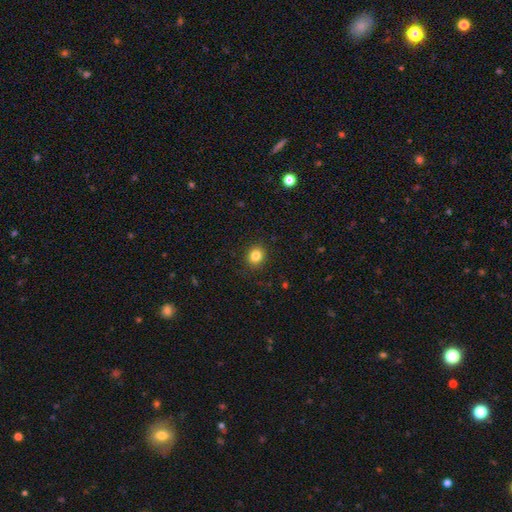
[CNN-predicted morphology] Smooth or featured?
  - smooth: 83% *
  - star or artifact: 11%
  - featured or disk: 5%
How rounded?
  - round: 80% *
  - in between: 20%
  - cigar-shaped: 1%
Merging?
  - none: 90% *
  - minor disturbance: 7%
  - major disturbance: 2%
  - merger: 1%